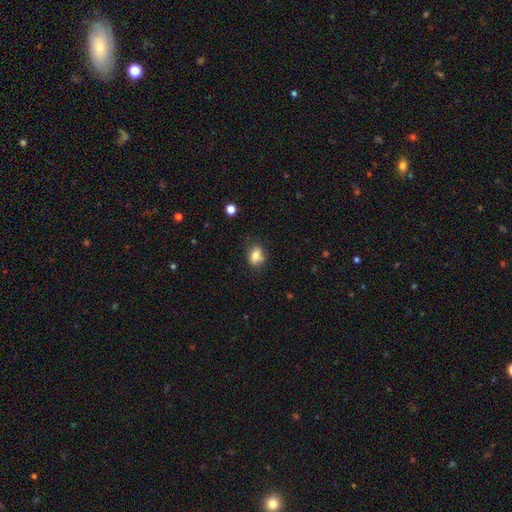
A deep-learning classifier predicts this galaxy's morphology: The model was most divided on "how rounded": in between: 68%, round: 29%, cigar-shaped: 3%. More confident: smooth or featured — smooth (76%); merging — none (65%).